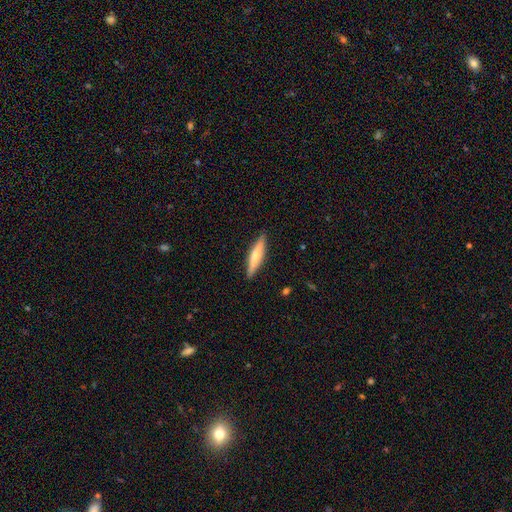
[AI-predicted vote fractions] smooth 57%, featured or disk 37%, star or artifact 6%. Down the decision tree: how rounded — cigar-shaped (83%); merging — none (89%).